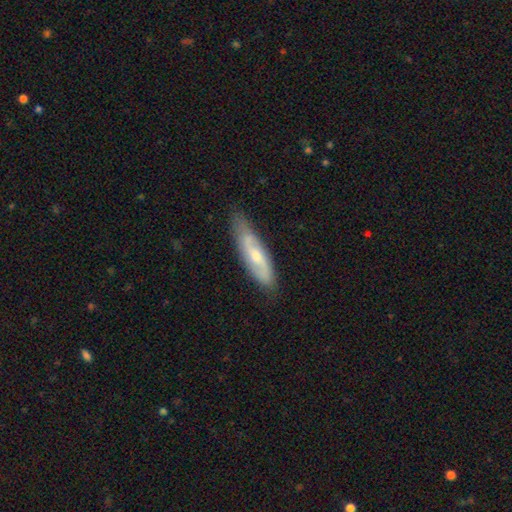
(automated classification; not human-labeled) This is possibly a featured or disk galaxy (58%). It is likely not viewed edge-on (74%). Merging: likely none (75%).